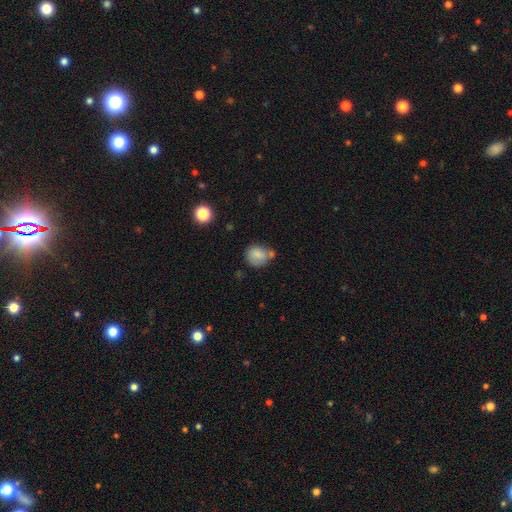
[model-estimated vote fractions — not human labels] This is likely a smooth galaxy (77%). How rounded: likely round (60%). Merging: possibly none (48%).